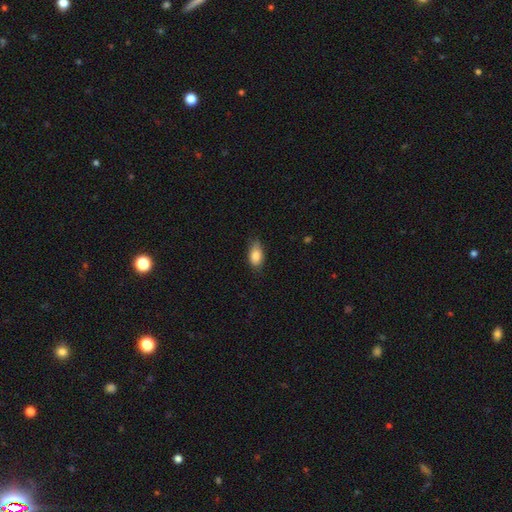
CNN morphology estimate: Smooth or featured: smooth — 85% (featured or disk — 8%)
How rounded: in between — 89% (round — 6%)
Merging: none — 72% (minor disturbance — 23%)